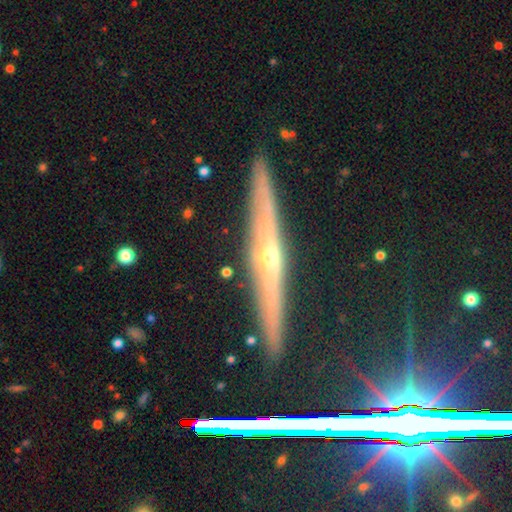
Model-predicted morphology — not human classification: Smooth or featured? Predicted: featured or disk (p=0.77). Edge-on disk? Predicted: yes (p=0.93). Edge-on bulge? Predicted: rounded (p=0.80). Merging? Predicted: none (p=0.88).